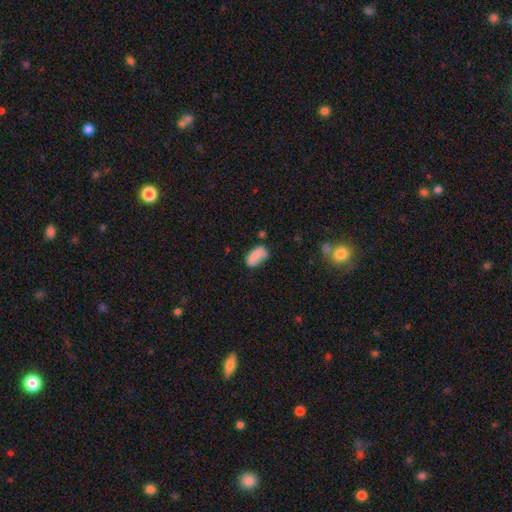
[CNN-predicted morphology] Smooth or featured?
  - smooth: 80% *
  - featured or disk: 11%
  - star or artifact: 9%
How rounded?
  - in between: 91% *
  - cigar-shaped: 5%
  - round: 4%
Merging?
  - none: 53% *
  - minor disturbance: 30%
  - major disturbance: 10%
  - merger: 7%